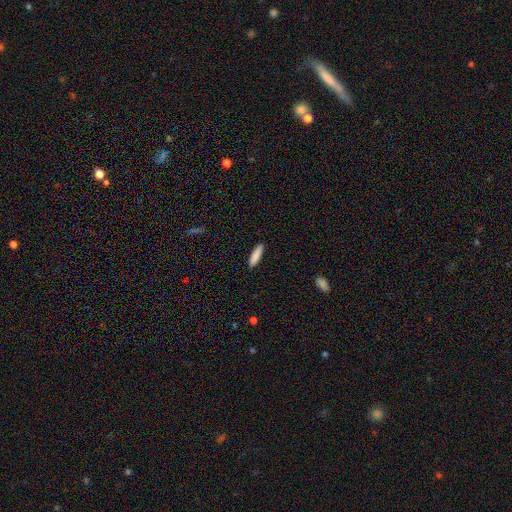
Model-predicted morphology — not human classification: This is clearly a smooth galaxy (87%). How rounded: likely cigar-shaped (73%). Merging: clearly none (90%).